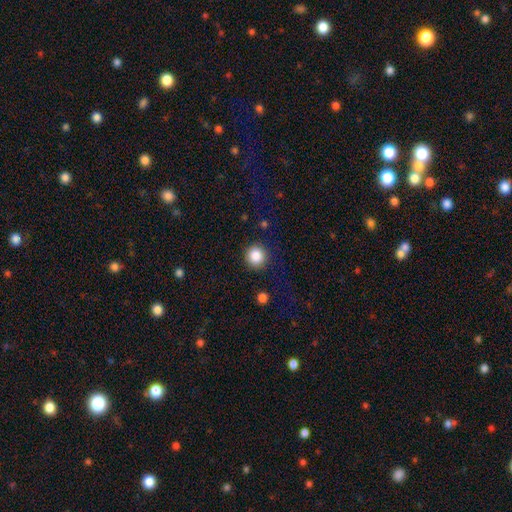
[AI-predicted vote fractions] Smooth or featured? smooth (86%)
How rounded? round (93%)
Merging? none (90%)